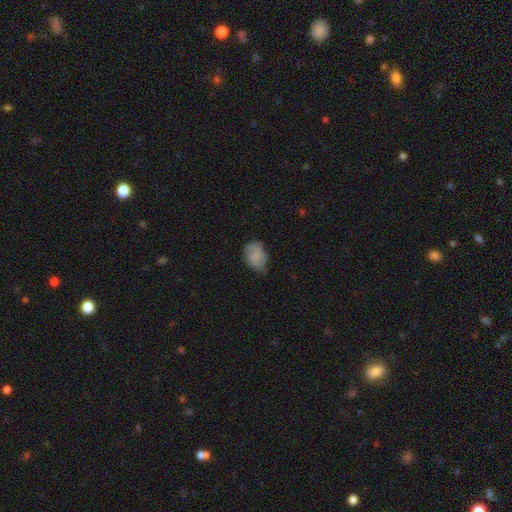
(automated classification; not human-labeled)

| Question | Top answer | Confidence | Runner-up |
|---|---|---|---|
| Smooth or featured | smooth | 68% | featured or disk (24%) |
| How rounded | in between | 75% | round (24%) |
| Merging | none | 49% | minor disturbance (37%) |